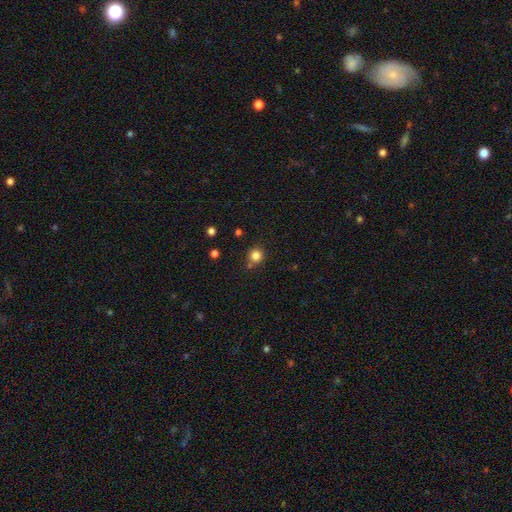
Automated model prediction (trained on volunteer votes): Smooth or featured?
  - smooth: 82% *
  - star or artifact: 13%
  - featured or disk: 5%
How rounded?
  - round: 92% *
  - in between: 7%
  - cigar-shaped: 1%
Merging?
  - none: 77% *
  - merger: 10%
  - minor disturbance: 10%
  - major disturbance: 3%